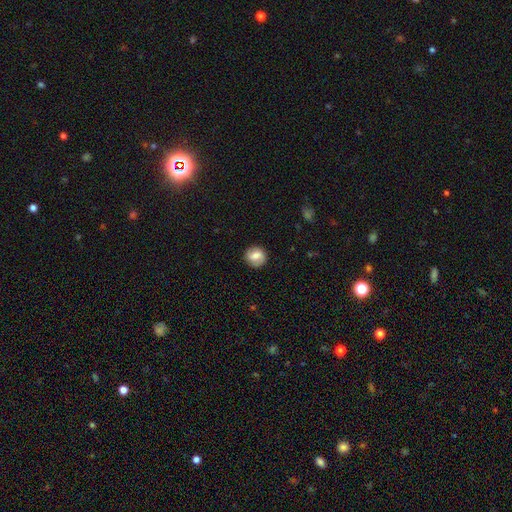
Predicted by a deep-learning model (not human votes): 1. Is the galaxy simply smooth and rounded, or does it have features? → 68% smooth, 24% featured or disk, 8% star or artifact.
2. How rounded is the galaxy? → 84% round, 15% in between, 1% cigar-shaped.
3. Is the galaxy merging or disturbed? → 84% none, 12% minor disturbance, 4% major disturbance, 1% merger.